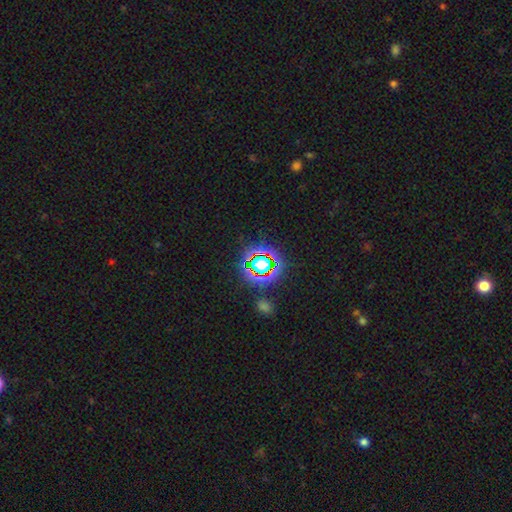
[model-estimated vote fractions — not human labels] A star or artifact, not a galaxy (76%).